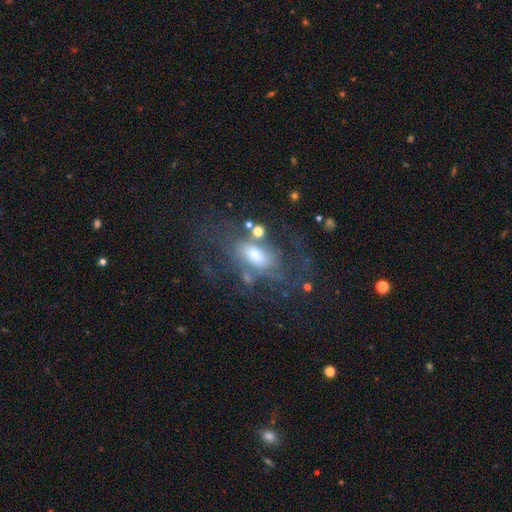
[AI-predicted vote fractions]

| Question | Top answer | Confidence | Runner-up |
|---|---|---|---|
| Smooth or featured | featured or disk | 62% | smooth (27%) |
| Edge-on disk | no | 92% | yes (8%) |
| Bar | no | 55% | weak (34%) |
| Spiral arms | yes | 64% | no (36%) |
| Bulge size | moderate | 55% | small (23%) |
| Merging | none | 44% | major disturbance (30%) |